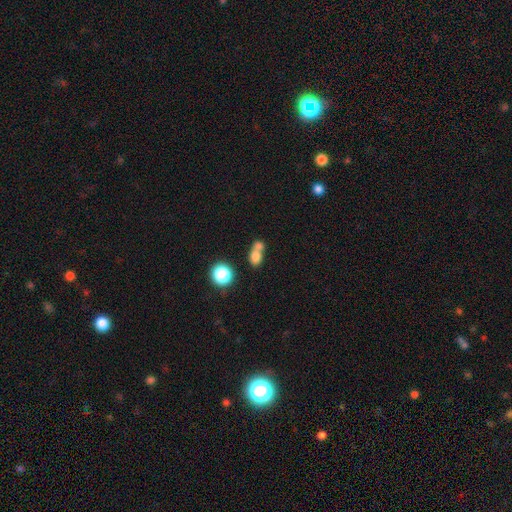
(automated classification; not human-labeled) A smooth galaxy with no disk features (75%) that is in between round and cigar-shaped (50%).

Vote fractions:
- Smooth or featured? smooth: 75% / star or artifact: 13% / featured or disk: 12%
- How rounded? in between: 50% / round: 48% / cigar-shaped: 3%
- Merging? merger: 63% / none: 26% / minor disturbance: 7% / major disturbance: 4%